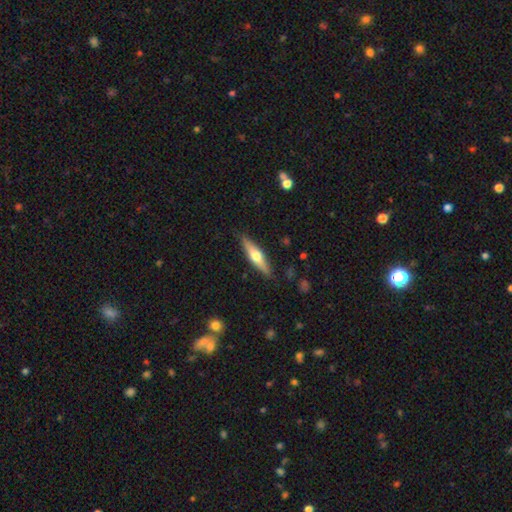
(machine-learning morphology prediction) A featured or disk galaxy (51%) viewed edge-on (92%).

Vote fractions:
- Smooth or featured? featured or disk: 51% / smooth: 43% / star or artifact: 6%
- Edge-on disk? yes: 92% / no: 8%
- Merging? none: 87% / minor disturbance: 9% / major disturbance: 2% / merger: 1%